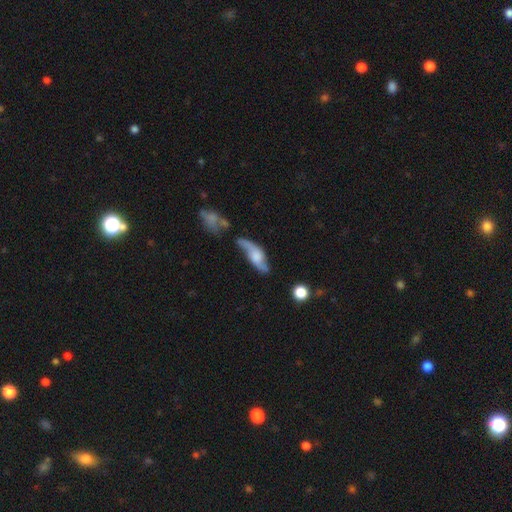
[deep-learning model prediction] Q: Smooth or featured?
A: featured or disk (65%); runner-up: smooth (28%)
Q: Edge-on disk?
A: no (76%); runner-up: yes (24%)
Q: Merging?
A: none (49%); runner-up: minor disturbance (26%)